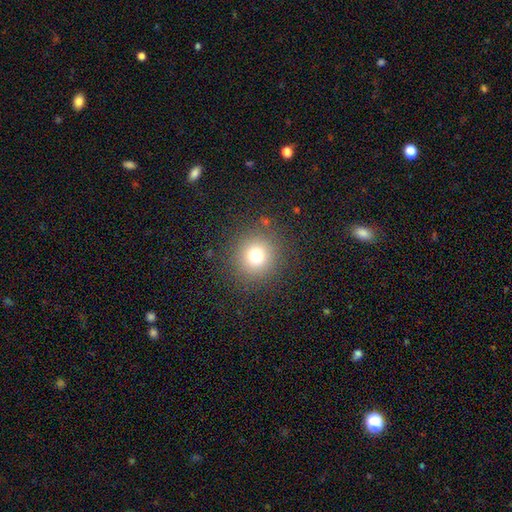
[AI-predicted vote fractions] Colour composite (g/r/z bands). It shows a smooth galaxy with no disk features (75%) that is round (94%). Merging: none (88%).